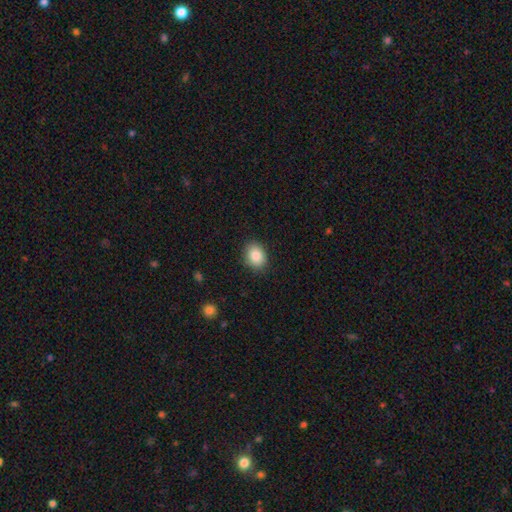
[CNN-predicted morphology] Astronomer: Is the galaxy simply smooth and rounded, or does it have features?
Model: smooth — 87%.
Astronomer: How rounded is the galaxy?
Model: in between — 54% (runner-up: round, 45%).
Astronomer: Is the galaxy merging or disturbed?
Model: none — 87%.